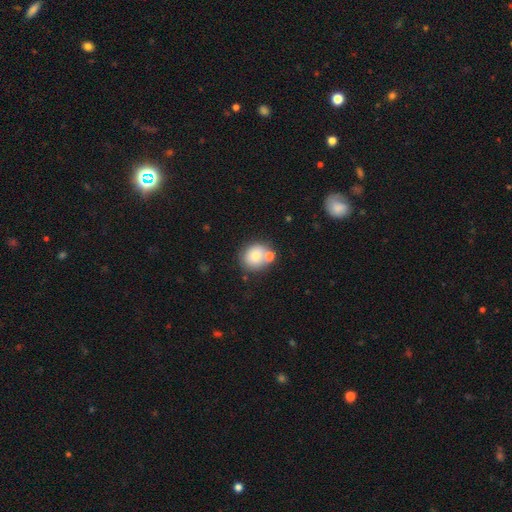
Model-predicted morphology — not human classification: smooth 74%, featured or disk 17%, star or artifact 10%. Down the decision tree: how rounded — round (79%); merging — none (60%).